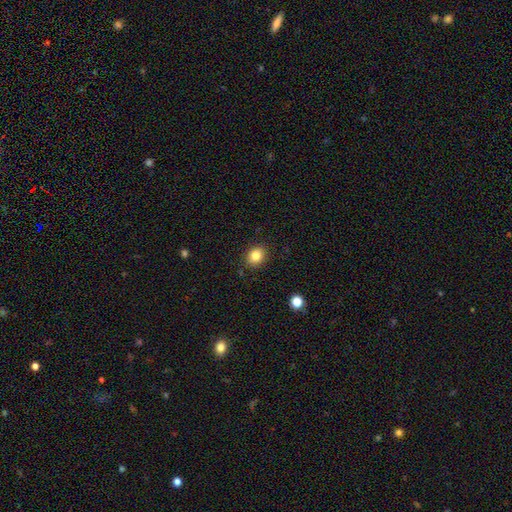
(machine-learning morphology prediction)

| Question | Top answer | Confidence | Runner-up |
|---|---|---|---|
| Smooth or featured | smooth | 83% | star or artifact (11%) |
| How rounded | round | 62% | in between (37%) |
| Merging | none | 88% | minor disturbance (9%) |